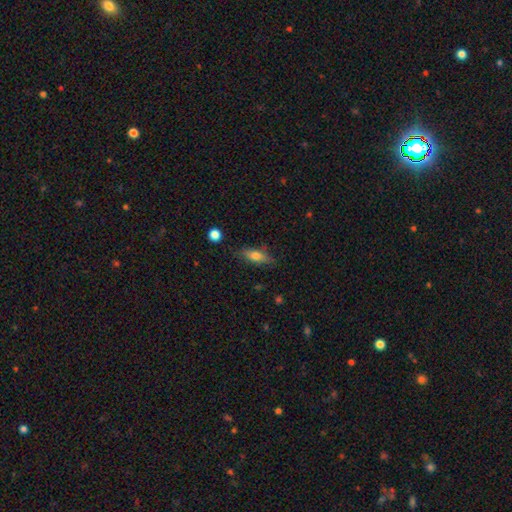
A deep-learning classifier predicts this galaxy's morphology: A smooth galaxy with no disk features (71%) that is in between round and cigar-shaped (65%). Merging: none (78%).